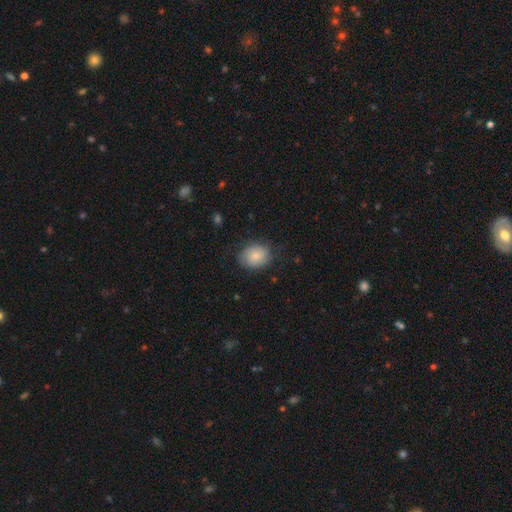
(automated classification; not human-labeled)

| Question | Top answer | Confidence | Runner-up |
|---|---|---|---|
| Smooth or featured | smooth | 78% | featured or disk (16%) |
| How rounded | in between | 51% | round (48%) |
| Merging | none | 75% | minor disturbance (18%) |